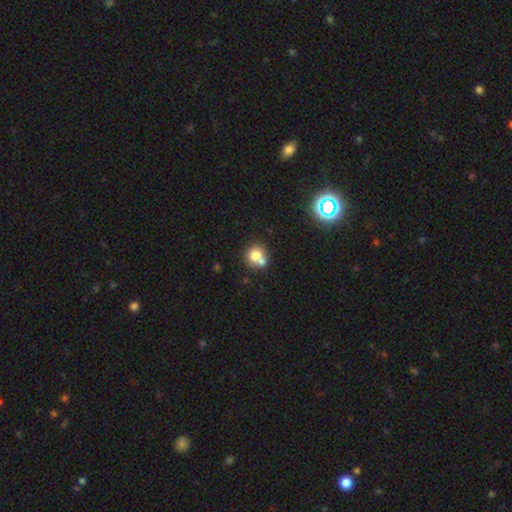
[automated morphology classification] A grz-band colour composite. It shows a smooth galaxy with no disk features (74%) that is round (86%). Merging: none (46%).